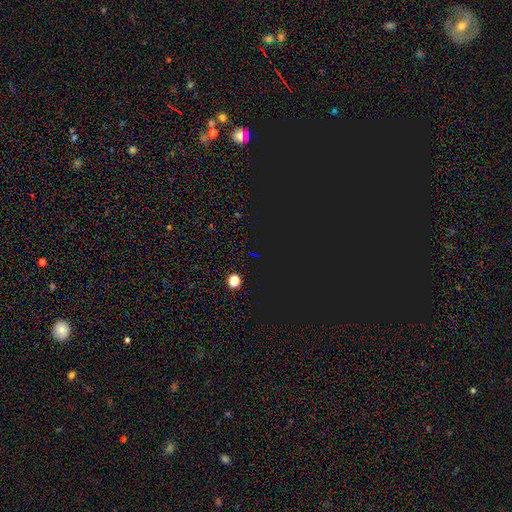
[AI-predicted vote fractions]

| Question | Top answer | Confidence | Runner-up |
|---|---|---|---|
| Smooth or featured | star or artifact | 78% | smooth (15%) |